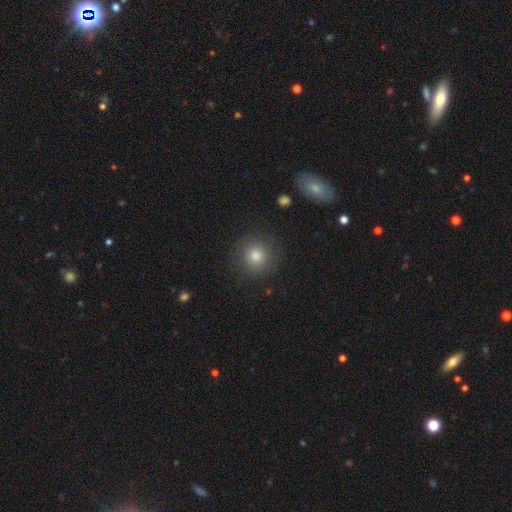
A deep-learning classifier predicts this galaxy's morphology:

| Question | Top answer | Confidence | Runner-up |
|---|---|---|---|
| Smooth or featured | smooth | 76% | star or artifact (14%) |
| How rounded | round | 93% | in between (6%) |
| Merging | none | 87% | minor disturbance (8%) |